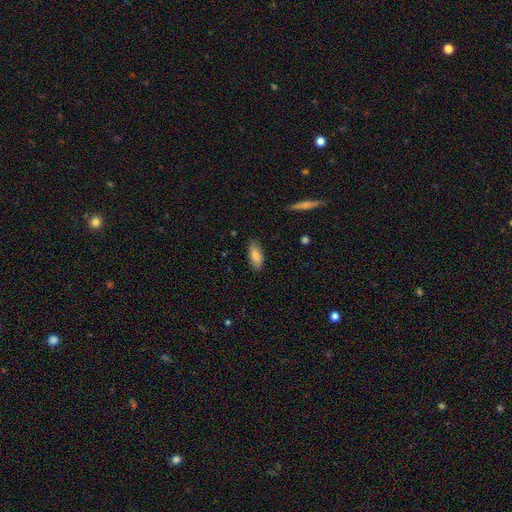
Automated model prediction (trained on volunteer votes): This is clearly a smooth galaxy (81%). How rounded: clearly in between (82%). Merging: clearly none (82%).